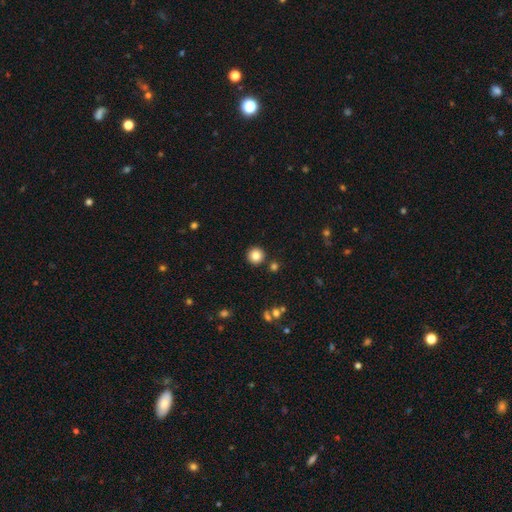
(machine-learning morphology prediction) This appears to be a smooth galaxy with no disk features (83%) that is round (95%). Merging: none (90%).